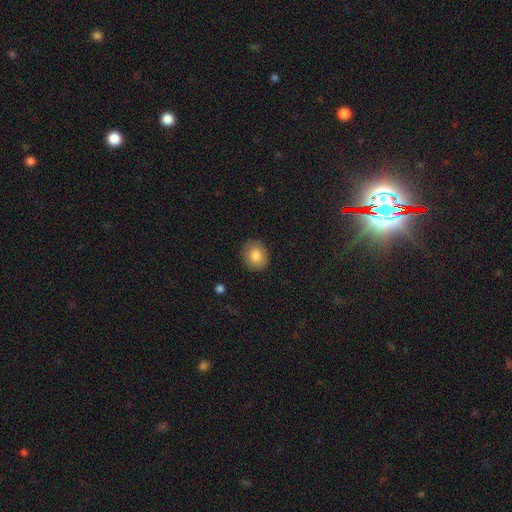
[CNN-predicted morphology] This appears to be a smooth galaxy with no disk features (83%) that is round (70%). Merging: none (88%).